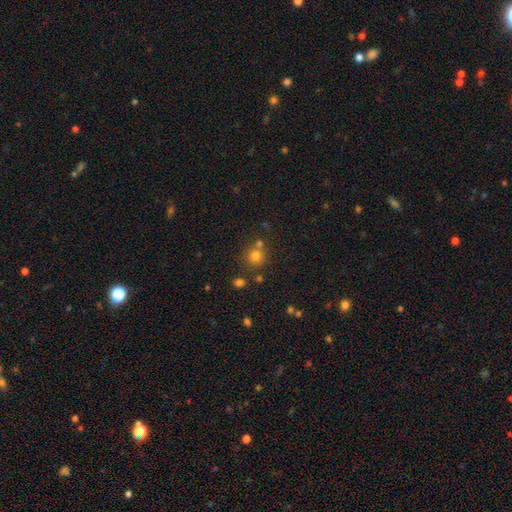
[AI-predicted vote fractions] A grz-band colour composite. It shows a smooth galaxy with no disk features (73%) that is round (89%). Merging: none (66%).